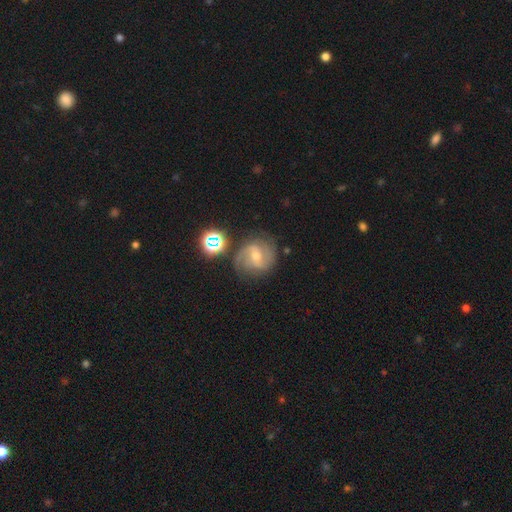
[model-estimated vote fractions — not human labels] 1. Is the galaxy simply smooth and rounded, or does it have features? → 81% featured or disk, 10% star or artifact, 10% smooth.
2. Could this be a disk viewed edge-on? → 98% no, 2% yes.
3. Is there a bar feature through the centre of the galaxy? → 52% weak, 30% no, 18% strong.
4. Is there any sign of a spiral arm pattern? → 96% yes, 4% no.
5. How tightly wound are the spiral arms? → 50% medium, 34% tight, 16% loose.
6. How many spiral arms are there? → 67% 2, 13% 3, 11% can't tell, 3% 1, 3% 4, 3% more than 4.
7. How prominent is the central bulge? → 49% moderate, 47% small, 2% large, 2% none, 1% dominant.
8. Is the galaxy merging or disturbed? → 76% none, 14% minor disturbance, 5% major disturbance, 4% merger.